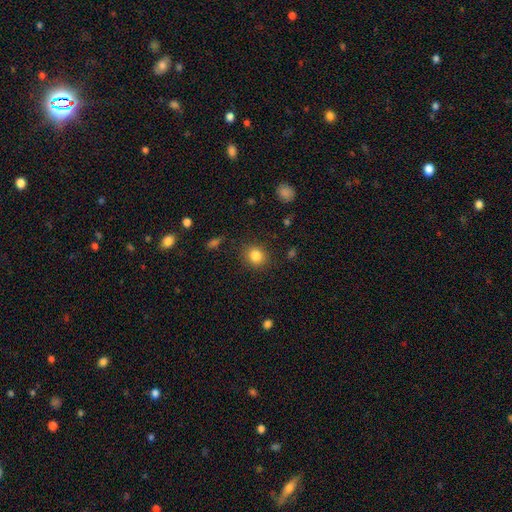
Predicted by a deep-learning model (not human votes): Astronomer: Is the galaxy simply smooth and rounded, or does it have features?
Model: smooth — 84%.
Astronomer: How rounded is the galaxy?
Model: round — 78%.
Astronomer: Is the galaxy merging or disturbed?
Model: none — 87%.